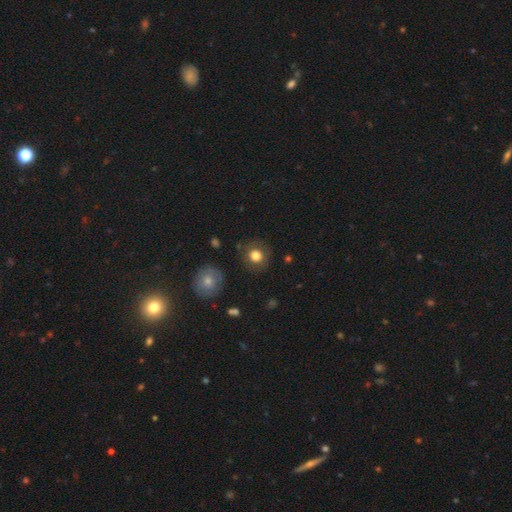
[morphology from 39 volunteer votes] Volunteers were most divided on "how rounded": round: 84%, in between: 16%, cigar-shaped: 0%. More confident: merging — none (86%); smooth or featured — smooth (82%).